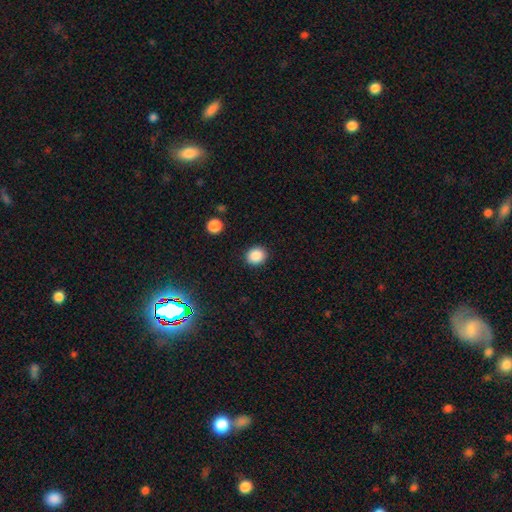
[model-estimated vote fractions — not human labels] The model was most divided on "how rounded": round: 80%, in between: 20%, cigar-shaped: 1%. More confident: merging — none (90%); smooth or featured — smooth (88%).